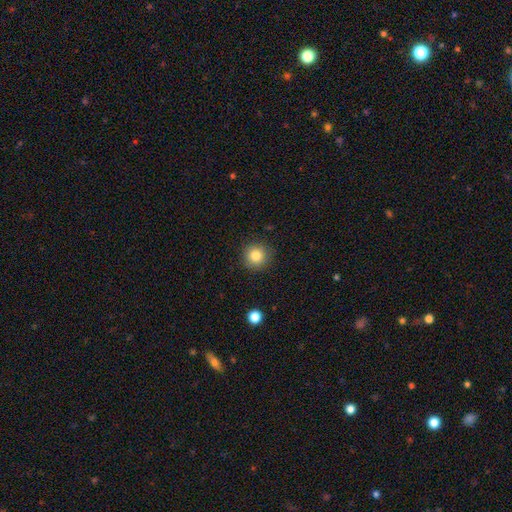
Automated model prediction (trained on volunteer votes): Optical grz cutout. It shows a smooth galaxy with no disk features (83%) that is round (94%). Merging: none (89%).